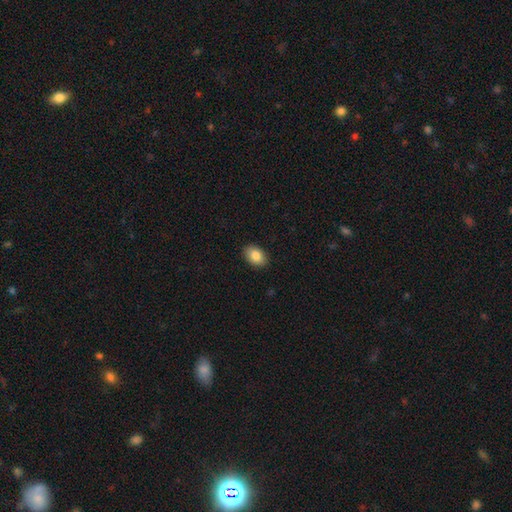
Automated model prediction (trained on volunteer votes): A smooth galaxy with no disk features (85%) that is in between round and cigar-shaped (83%). Merging: none (89%).